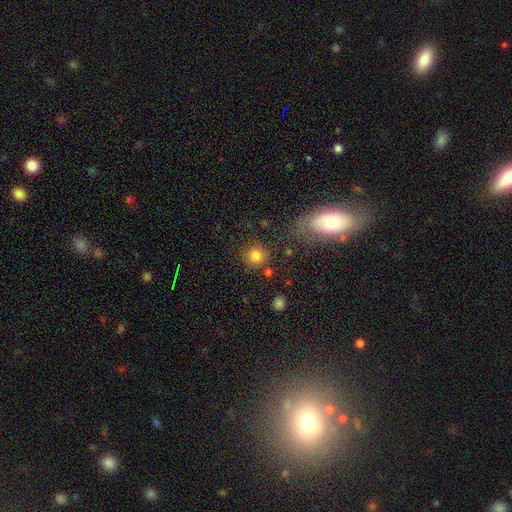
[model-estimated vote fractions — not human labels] Smooth or featured? Predicted: smooth (p=0.82). How rounded? Predicted: round (p=0.88). Merging? Predicted: none (p=0.78).